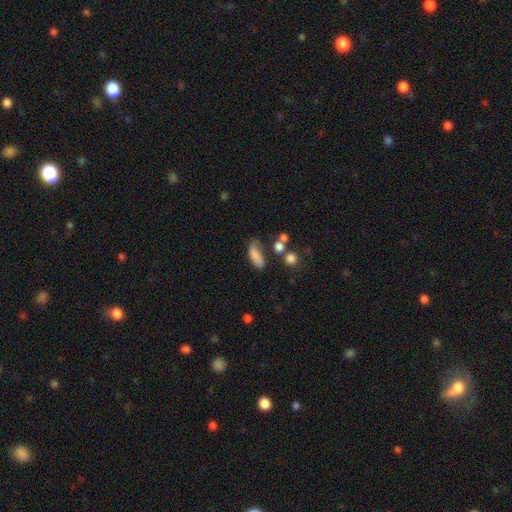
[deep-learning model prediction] Smooth or featured? Predicted: smooth (p=0.79). How rounded? Predicted: in between (p=0.73). Merging? Predicted: none (p=0.49).